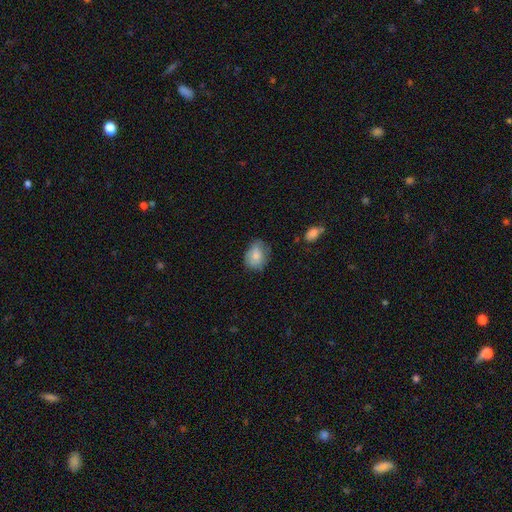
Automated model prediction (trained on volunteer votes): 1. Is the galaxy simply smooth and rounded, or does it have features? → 79% smooth, 14% featured or disk, 8% star or artifact.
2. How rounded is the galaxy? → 63% in between, 35% round, 1% cigar-shaped.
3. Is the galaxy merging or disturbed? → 59% none, 31% minor disturbance, 8% major disturbance, 2% merger.